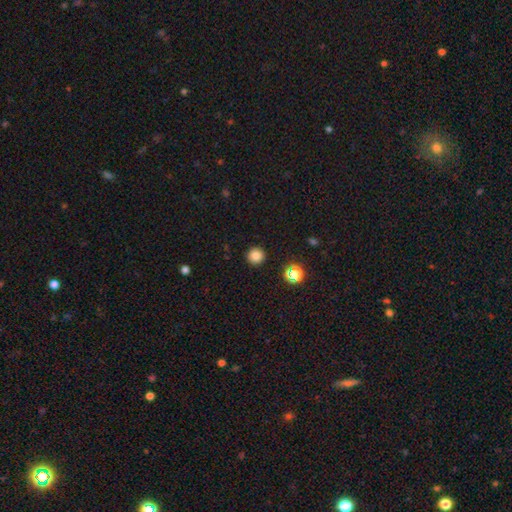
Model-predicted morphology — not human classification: type=smooth (83%); roundness=round (95%); merging=none (92%).